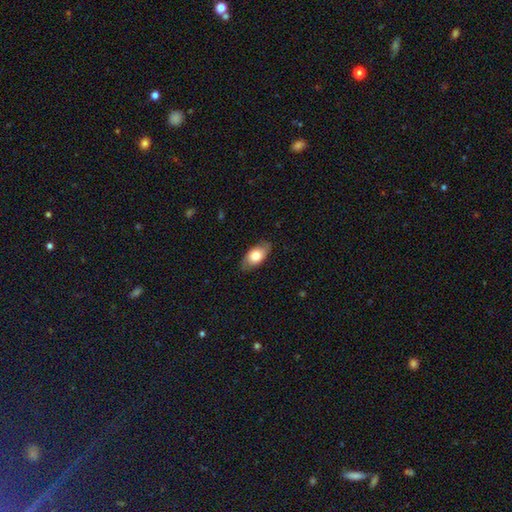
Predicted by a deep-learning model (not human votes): Overall: smooth (72%). How rounded: in between (90%). Merging: none (79%).